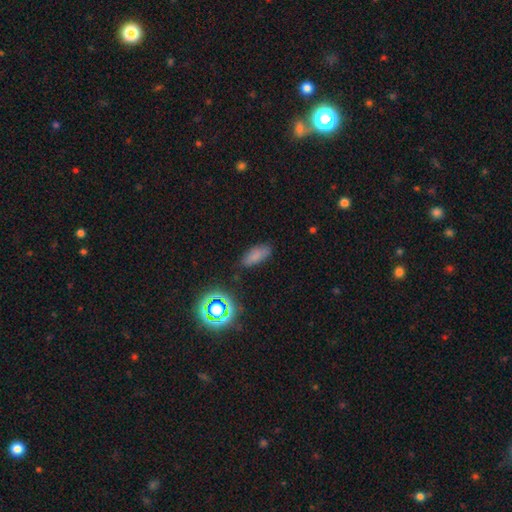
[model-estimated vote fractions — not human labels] Smooth or featured? Predicted: smooth (p=0.74). How rounded? Predicted: in between (p=0.82). Merging? Predicted: none (p=0.75).